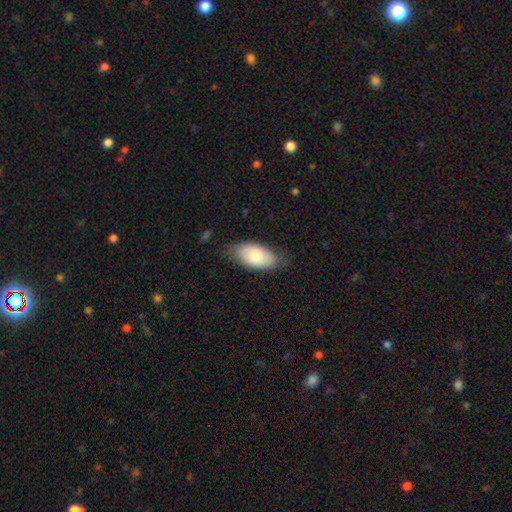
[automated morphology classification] The model was most divided on "merging": none: 73%, minor disturbance: 21%, major disturbance: 4%, merger: 1%. More confident: how rounded — in between (94%); smooth or featured — smooth (76%).